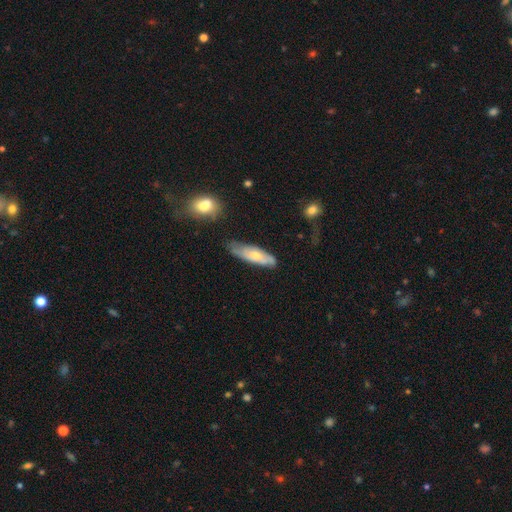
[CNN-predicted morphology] Smooth or featured? Predicted: smooth (p=0.51). How rounded? Predicted: cigar-shaped (p=0.54). Merging? Predicted: none (p=0.58).